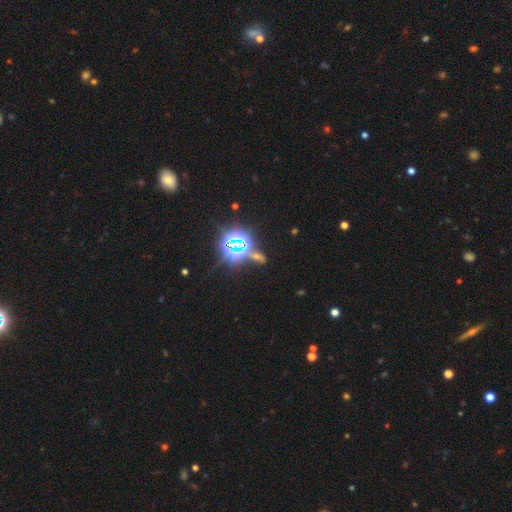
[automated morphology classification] smooth_or_featured: star or artifact (p=0.76) [alt: smooth p=0.15]